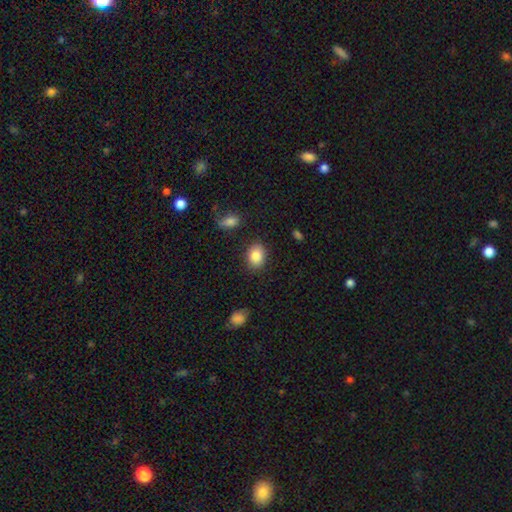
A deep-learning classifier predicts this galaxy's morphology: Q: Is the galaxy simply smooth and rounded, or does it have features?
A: smooth — 86%.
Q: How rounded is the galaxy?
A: in between — 69%.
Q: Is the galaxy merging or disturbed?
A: none — 85%.